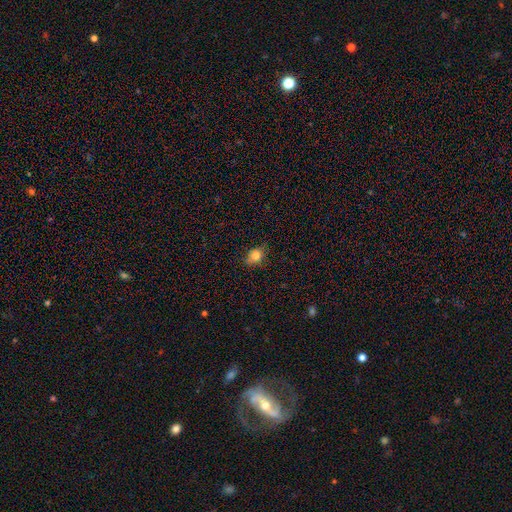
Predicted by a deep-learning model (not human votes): This appears to be a smooth galaxy with no disk features (80%) that is in between round and cigar-shaped (54%). Merging: none (74%).